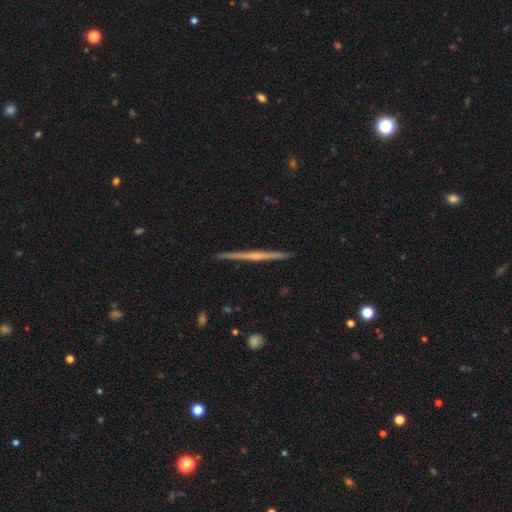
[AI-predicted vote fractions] The model was most divided on "edge-on bulge": rounded: 62%, none: 30%, boxy: 9%. More confident: edge-on disk — yes (97%); merging — none (90%); smooth or featured — featured or disk (73%).